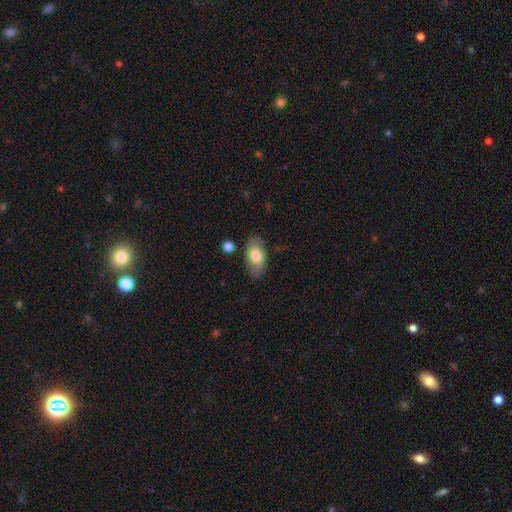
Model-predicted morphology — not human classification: The model was most divided on "smooth or featured": smooth: 75%, featured or disk: 19%, star or artifact: 6%. More confident: how rounded — in between (93%); merging — none (79%).